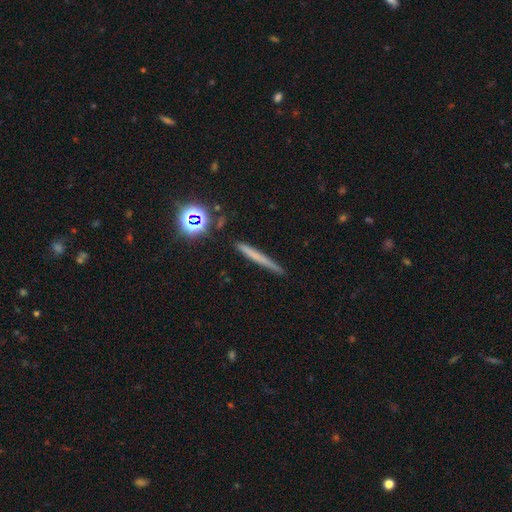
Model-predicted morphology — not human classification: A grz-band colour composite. It shows a smooth galaxy with no disk features (53%) that is cigar-shaped (95%). Merging: none (88%).